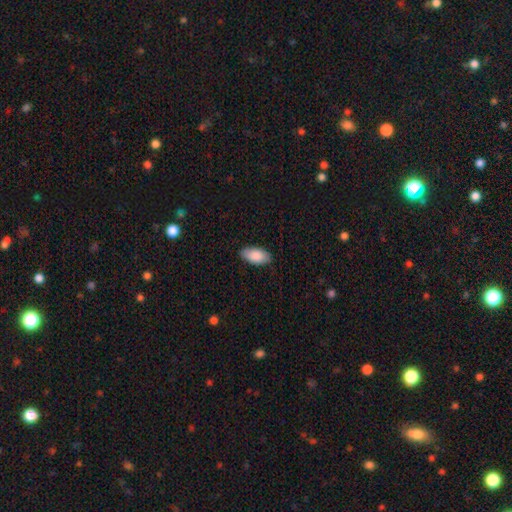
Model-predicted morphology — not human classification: Smooth or featured? smooth (88%)
How rounded? in between (94%)
Merging? none (85%)